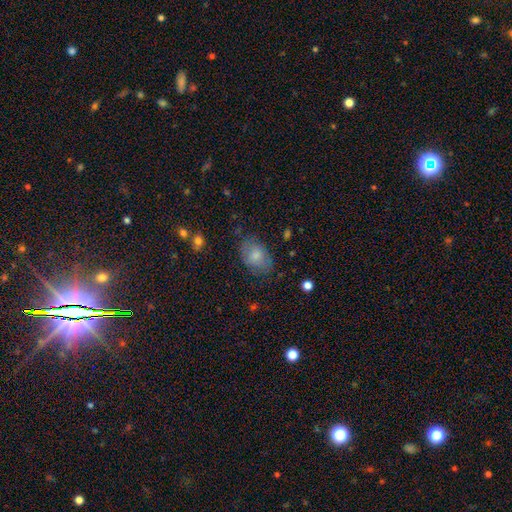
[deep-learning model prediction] Q: Smooth or featured?
A: smooth (75%); runner-up: featured or disk (17%)
Q: How rounded?
A: in between (82%); runner-up: round (17%)
Q: Merging?
A: none (69%); runner-up: minor disturbance (22%)